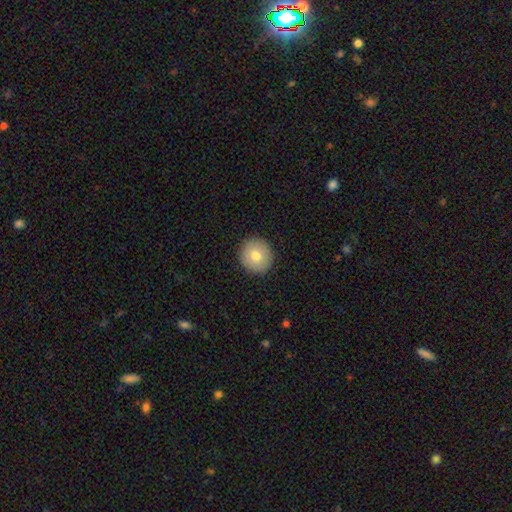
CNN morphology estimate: Overall: smooth (78%). How rounded: round (95%). Merging: none (92%).